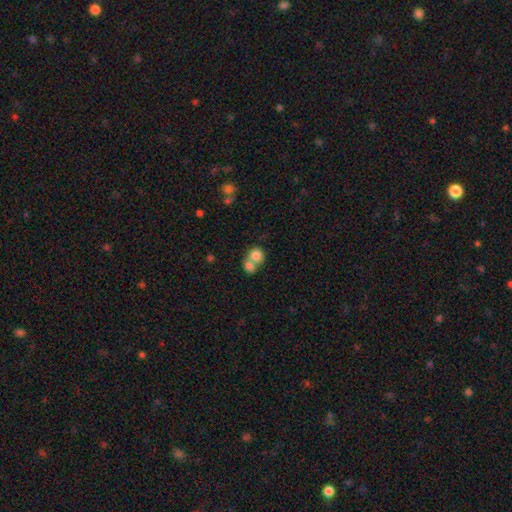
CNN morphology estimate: A smooth galaxy with no disk features (80%) that is round (75%). Merging: merger (60%).